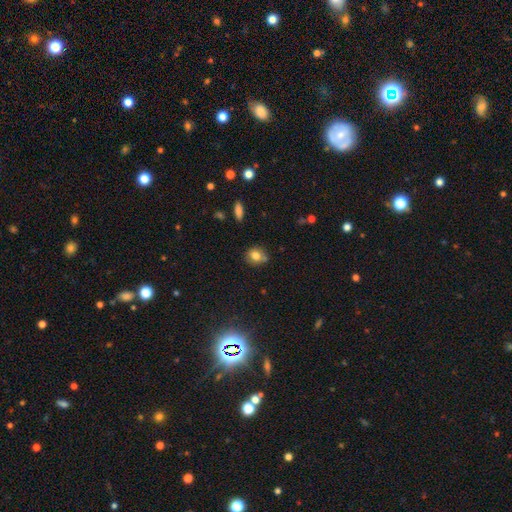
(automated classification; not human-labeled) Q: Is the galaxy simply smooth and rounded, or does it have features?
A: smooth — 78%.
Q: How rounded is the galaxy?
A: round — 68%.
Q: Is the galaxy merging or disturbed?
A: none — 69%.